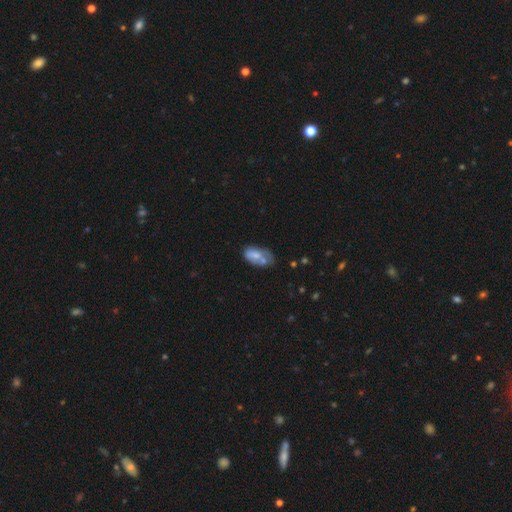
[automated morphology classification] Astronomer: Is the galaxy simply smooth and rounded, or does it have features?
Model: smooth — 61%.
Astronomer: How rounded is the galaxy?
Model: in between — 91%.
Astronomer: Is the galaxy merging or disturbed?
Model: none — 33% (runner-up: minor disturbance, 27%).